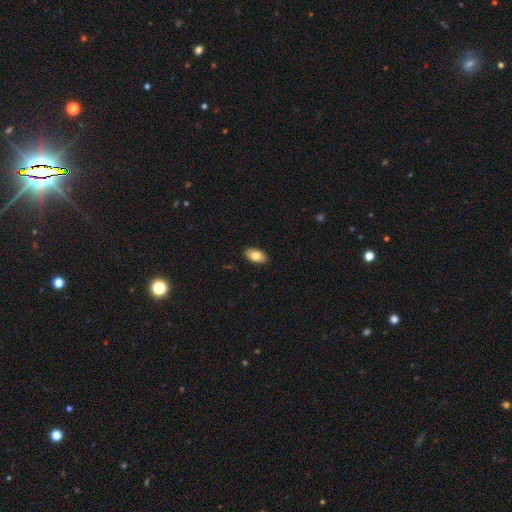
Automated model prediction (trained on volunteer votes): smooth_or_featured: smooth (p=0.80) [alt: featured or disk p=0.13]
how_rounded: in between (p=0.93) [alt: round p=0.04]
merging: none (p=0.90) [alt: minor disturbance p=0.08]